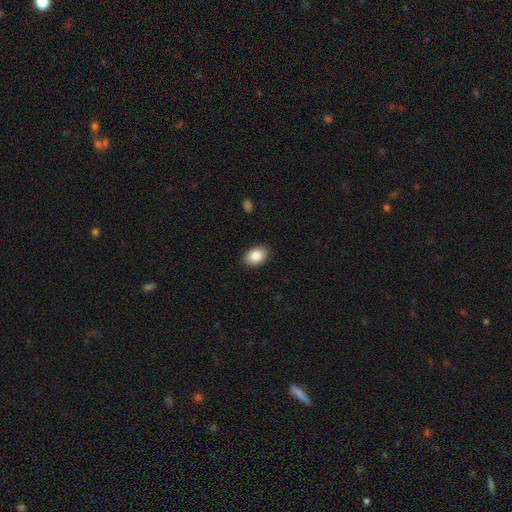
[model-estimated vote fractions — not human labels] A smooth galaxy with no disk features (87%) that is in between round and cigar-shaped (84%). Merging: none (89%).